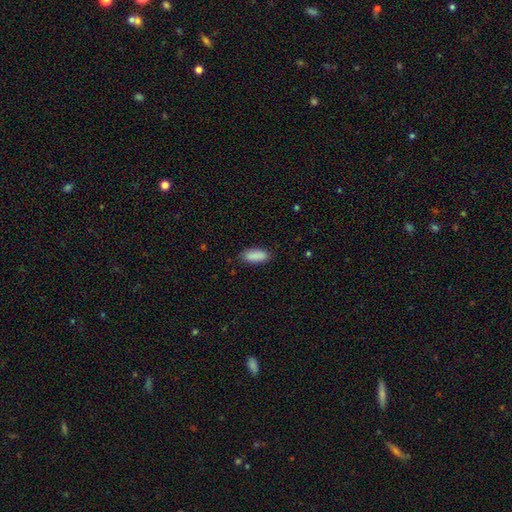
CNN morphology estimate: Smooth or featured: smooth — 90% (star or artifact — 7%)
How rounded: in between — 80% (cigar-shaped — 18%)
Merging: none — 86% (minor disturbance — 11%)